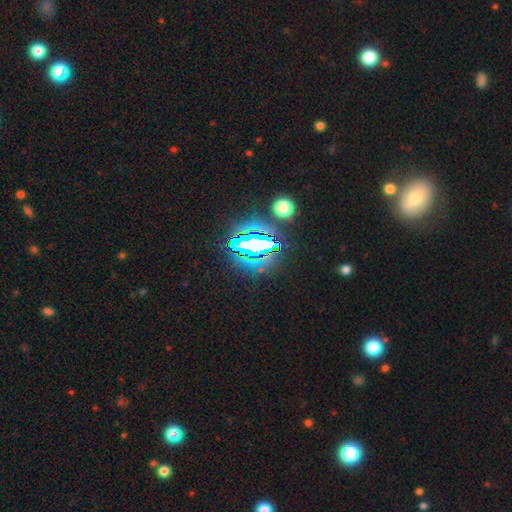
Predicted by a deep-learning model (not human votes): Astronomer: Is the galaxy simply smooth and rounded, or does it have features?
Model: star or artifact — 81%.